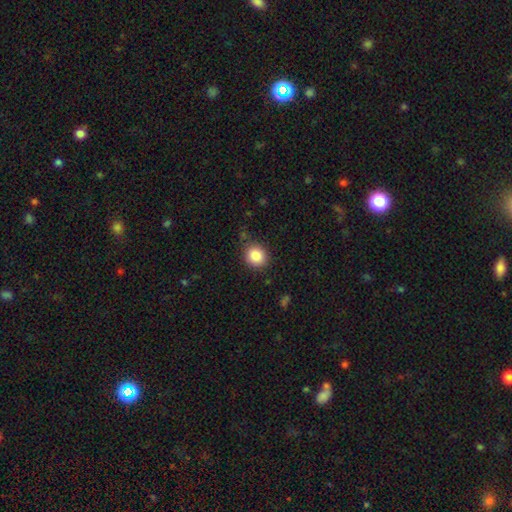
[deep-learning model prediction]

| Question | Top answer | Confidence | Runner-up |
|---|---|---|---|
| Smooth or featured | smooth | 86% | star or artifact (9%) |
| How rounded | round | 78% | in between (21%) |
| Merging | none | 83% | minor disturbance (12%) |